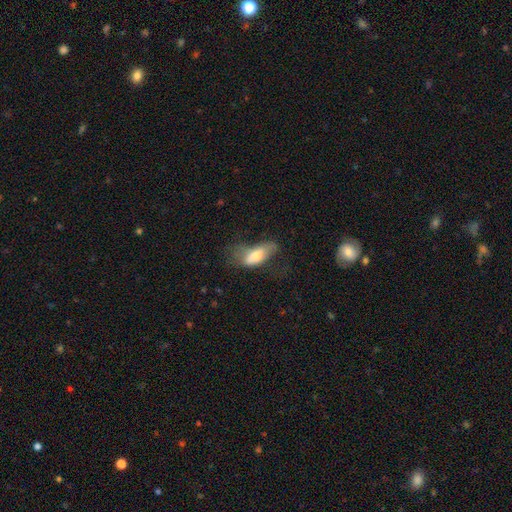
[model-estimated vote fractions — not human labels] smooth-or-featured: smooth: 63% | featured or disk: 29% | star or artifact: 8%
  how-rounded: in between: 81% | cigar-shaped: 16% | round: 3%
  merging: major disturbance: 34% | none: 31% | minor disturbance: 31% | merger: 4%